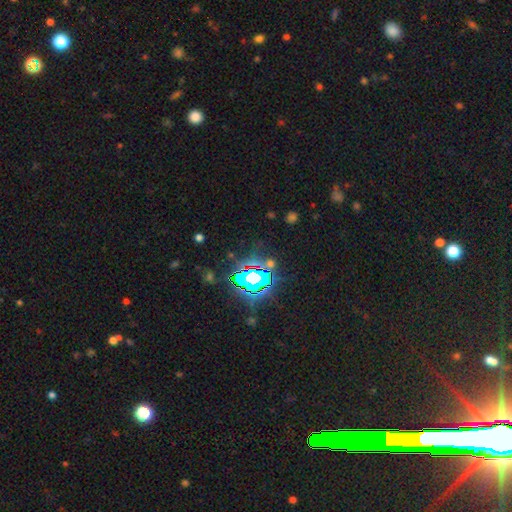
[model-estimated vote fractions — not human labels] Morphology: type=star or artifact (79%).